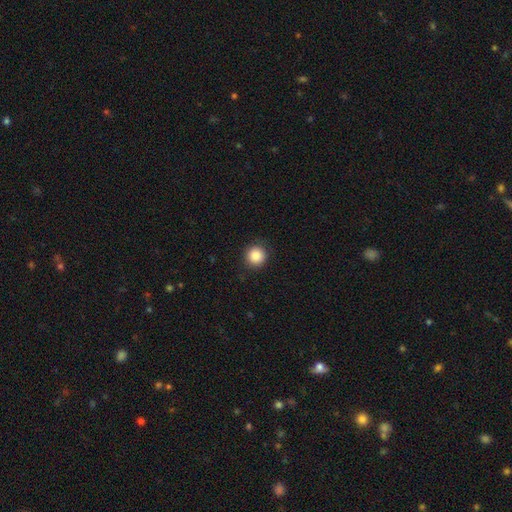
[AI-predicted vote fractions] Overall: smooth (88%). How rounded: round (93%). Merging: none (88%).